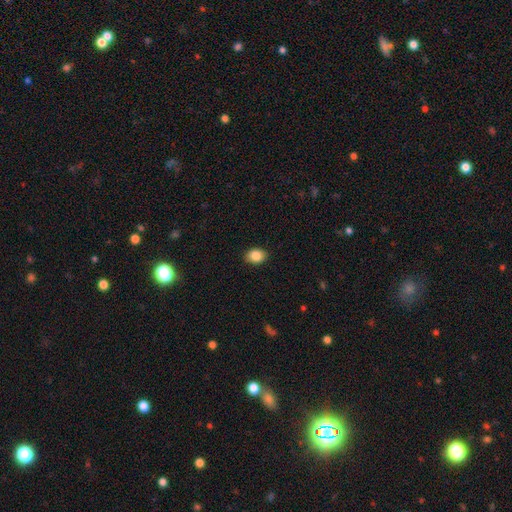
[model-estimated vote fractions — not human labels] A smooth galaxy with no disk features (87%) that is in between round and cigar-shaped (66%). Merging: none (88%).